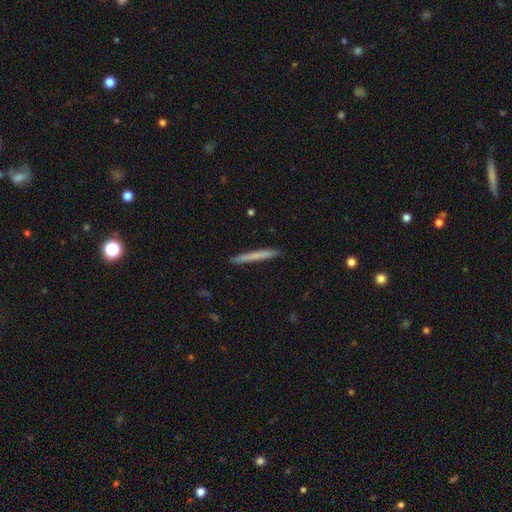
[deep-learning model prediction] A smooth galaxy with no disk features (69%) that is cigar-shaped (97%). Merging: none (92%).